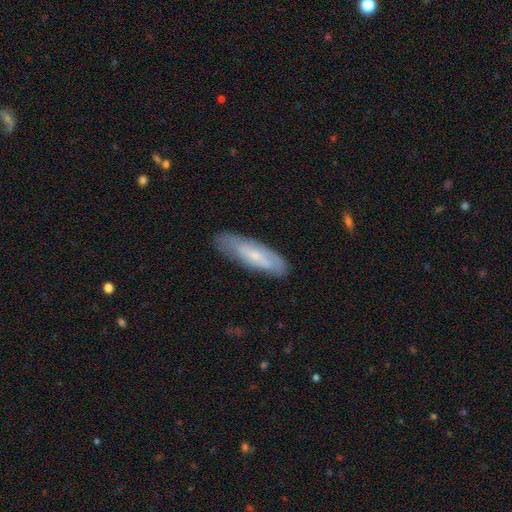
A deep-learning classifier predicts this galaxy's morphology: smooth_or_featured: smooth (p=0.51) [alt: featured or disk p=0.42]
how_rounded: cigar-shaped (p=0.57) [alt: in between p=0.41]
merging: none (p=0.77) [alt: minor disturbance p=0.18]